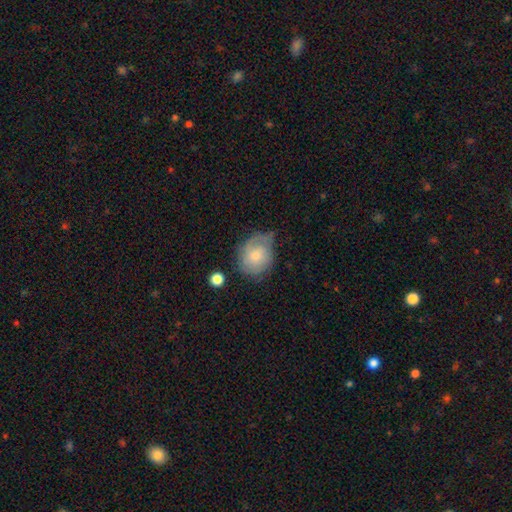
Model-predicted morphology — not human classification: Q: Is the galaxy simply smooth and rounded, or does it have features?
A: smooth — 56%.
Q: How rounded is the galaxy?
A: round — 50%.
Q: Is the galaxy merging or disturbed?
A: none — 46%.